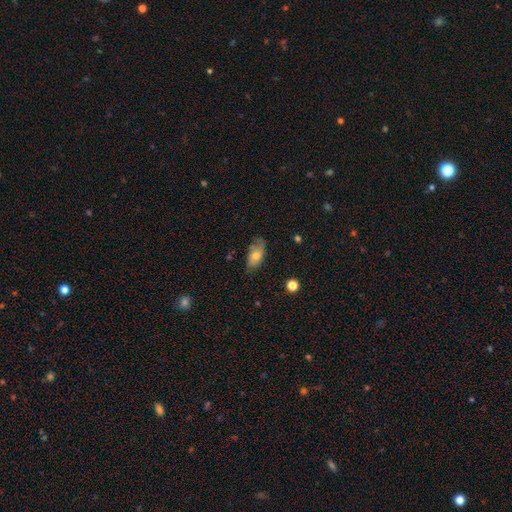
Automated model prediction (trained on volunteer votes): Morphology: type=smooth (61%); roundness=in between (88%); merging=none (62%).